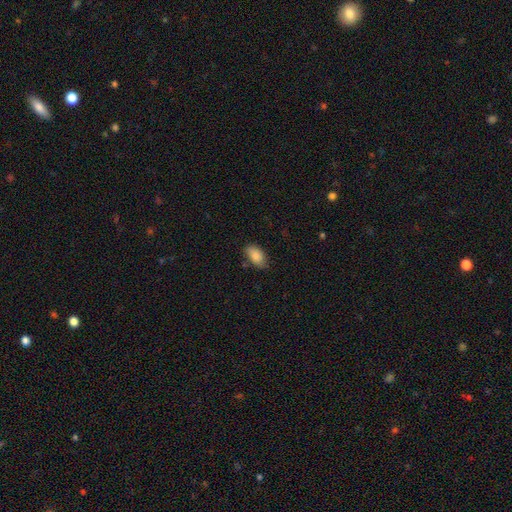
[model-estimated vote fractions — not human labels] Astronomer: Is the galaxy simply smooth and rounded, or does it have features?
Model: smooth — 87%.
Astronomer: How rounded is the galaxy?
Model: in between — 93%.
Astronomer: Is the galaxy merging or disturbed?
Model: none — 76%.